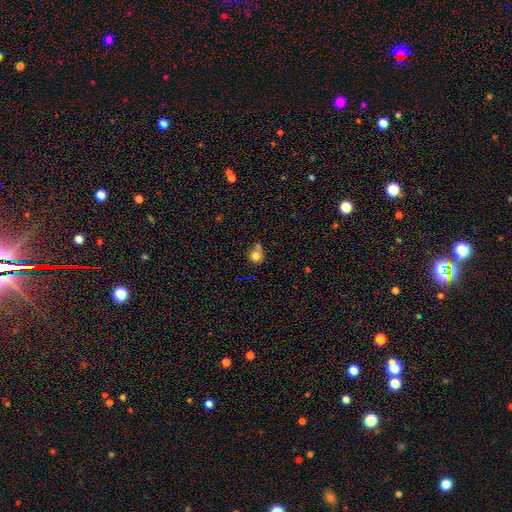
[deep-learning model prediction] Morphology: type=smooth (78%); roundness=round (85%); merging=none (49%).